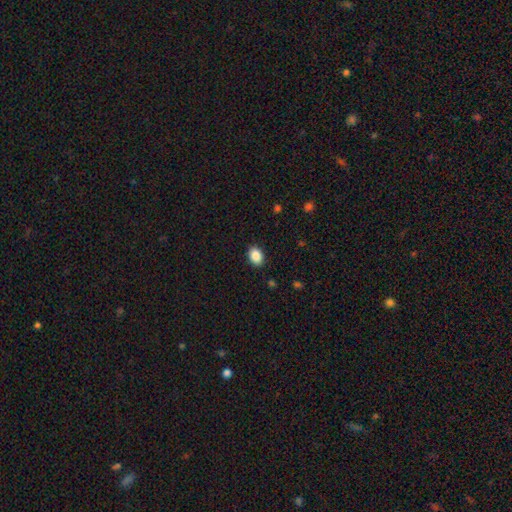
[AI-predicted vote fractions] Smooth or featured? smooth (88%)
How rounded? in between (77%)
Merging? none (89%)